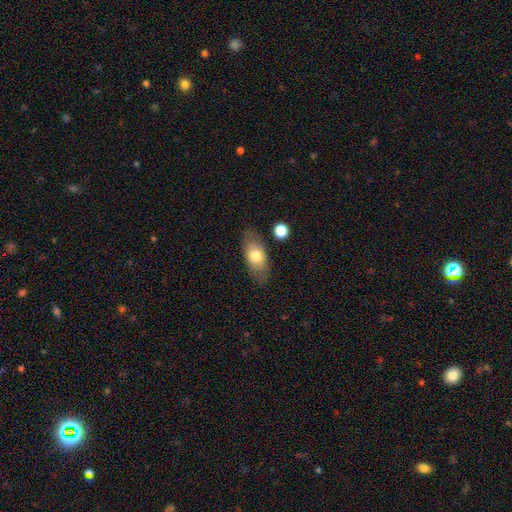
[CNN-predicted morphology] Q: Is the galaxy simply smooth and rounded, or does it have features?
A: smooth — 67%.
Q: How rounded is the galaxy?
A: in between — 85%.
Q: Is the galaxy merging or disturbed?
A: none — 76%.